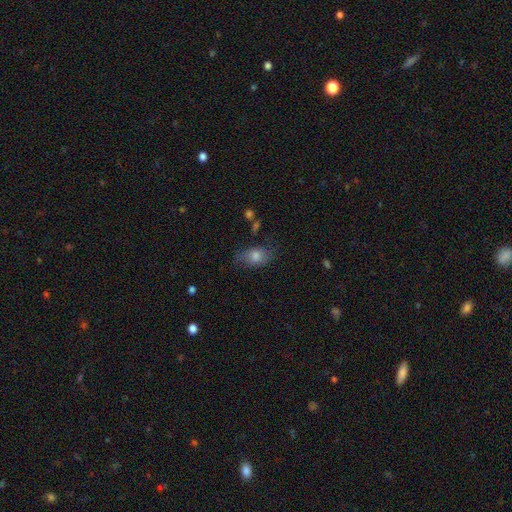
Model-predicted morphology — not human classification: This is likely a smooth galaxy (69%). How rounded: likely in between (79%). Merging: likely none (68%).